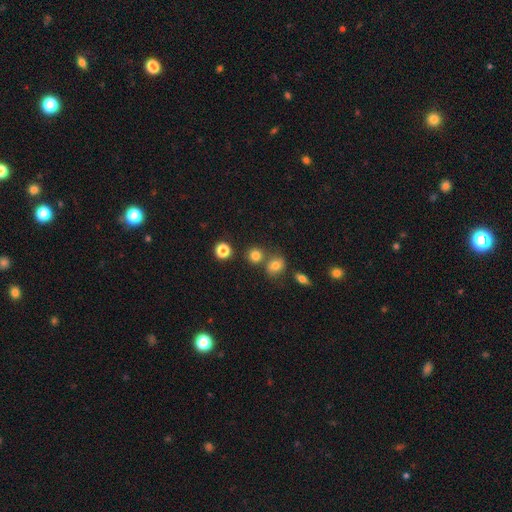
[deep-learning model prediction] smooth-or-featured: smooth: 78% | star or artifact: 15% | featured or disk: 7%
  how-rounded: round: 85% | in between: 13% | cigar-shaped: 1%
  merging: none: 66% | merger: 22% | minor disturbance: 8% | major disturbance: 3%